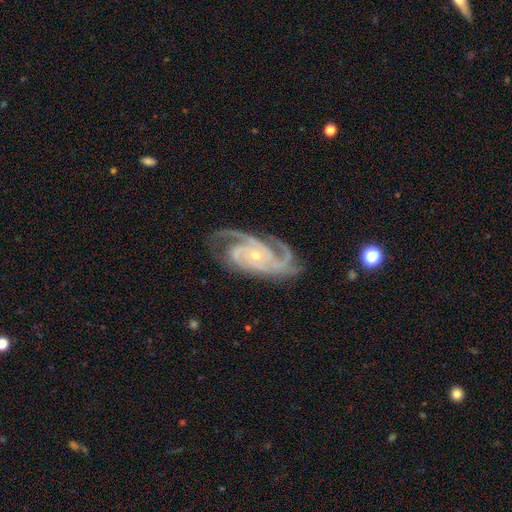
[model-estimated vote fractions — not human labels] featured or disk 93%, star or artifact 4%, smooth 3%. Down the decision tree: edge-on disk — no (97%); bar — no (70%); spiral arms — yes (99%); spiral arm count — 3 (55%); spiral winding — tight (58%); bulge size — small (76%); merging — none (74%).